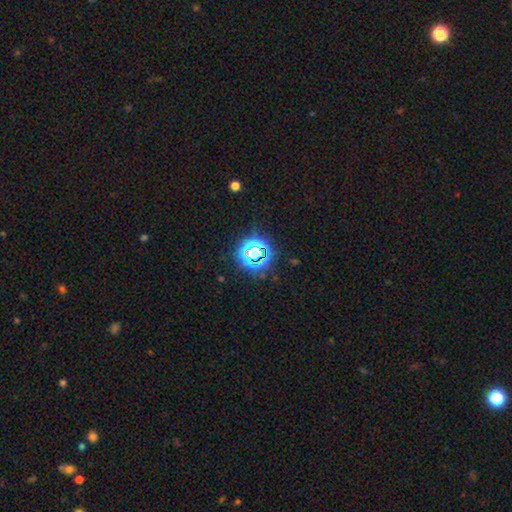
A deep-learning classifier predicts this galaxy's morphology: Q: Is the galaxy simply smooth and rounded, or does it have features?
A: star or artifact — 68%.